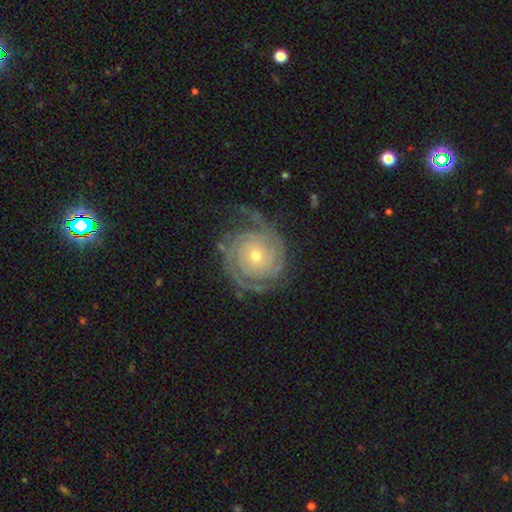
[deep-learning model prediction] smooth-or-featured: featured or disk: 90% | star or artifact: 5% | smooth: 5%
  disk-edge-on: no: 98% | yes: 2%
    bar: no: 79% | weak: 15% | strong: 6%
    has-spiral-arms: yes: 98% | no: 2%
      spiral-winding: tight: 80% | medium: 17% | loose: 3%
      spiral-arm-count: 2: 36% | 3: 24% | can't tell: 15% | 4: 12% | more than 4: 7% | 1: 6%
    bulge-size: small: 57% | moderate: 40% | large: 2% | none: 1% | dominant: 1%
  merging: none: 74% | minor disturbance: 16% | major disturbance: 8% | merger: 2%